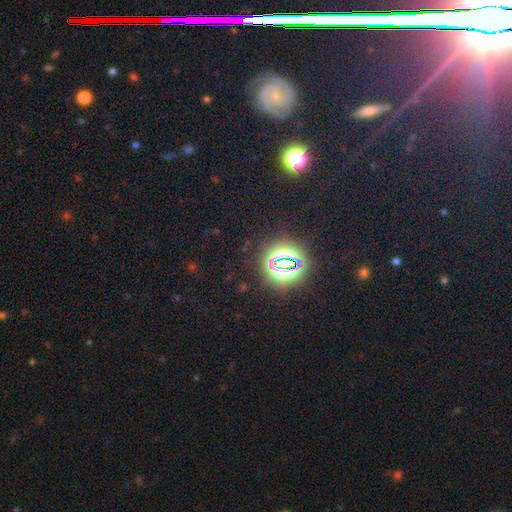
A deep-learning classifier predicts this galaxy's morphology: smooth_or_featured: star or artifact (p=0.72) [alt: smooth p=0.20]